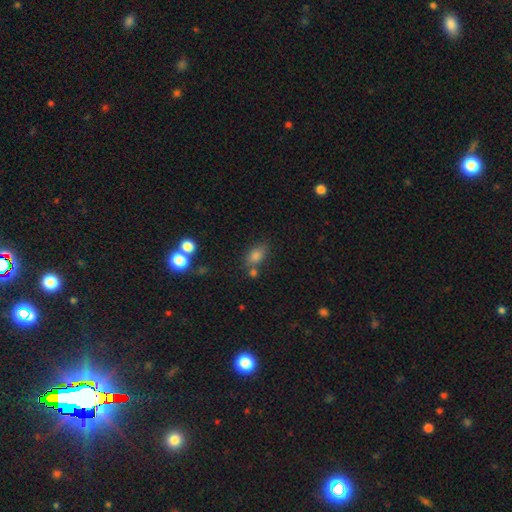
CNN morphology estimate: This is likely a smooth galaxy (78%). How rounded: clearly in between (81%). Merging: likely none (64%).